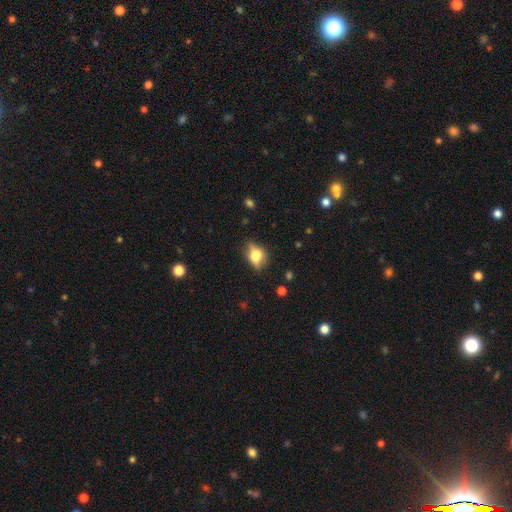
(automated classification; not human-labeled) A smooth galaxy with no disk features (55%) that is in between round and cigar-shaped (66%). Merging: none (68%).